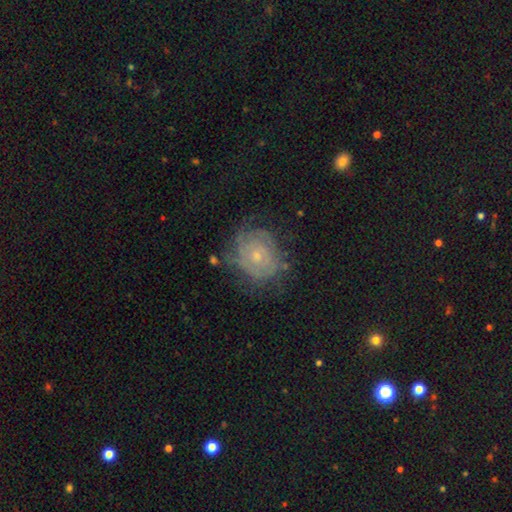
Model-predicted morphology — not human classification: smooth_or_featured: featured or disk (p=0.72) [alt: smooth p=0.19]
disk_edge_on: no (p=0.97) [alt: yes p=0.03]
bar: no (p=0.81) [alt: weak p=0.16]
has_spiral_arms: yes (p=0.87) [alt: no p=0.13]
spiral_winding: tight (p=0.73) [alt: medium p=0.20]
spiral_arm_count: can't tell (p=0.49) [alt: 2 p=0.17]
bulge_size: small (p=0.67) [alt: moderate p=0.29]
merging: none (p=0.65) [alt: minor disturbance p=0.21]